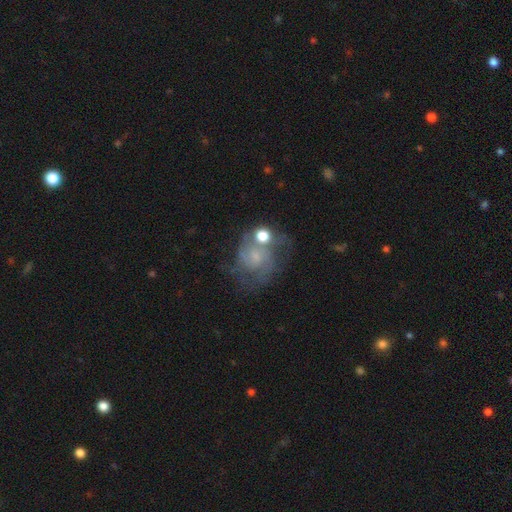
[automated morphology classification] Q: Smooth or featured?
A: featured or disk (64%); runner-up: smooth (25%)
Q: Edge-on disk?
A: no (98%); runner-up: yes (2%)
Q: Bar?
A: no (70%); runner-up: weak (26%)
Q: Spiral arms?
A: yes (81%); runner-up: no (19%)
Q: Spiral winding?
A: medium (45%); runner-up: tight (37%)
Q: Spiral arm count?
A: 2 (36%); runner-up: can't tell (34%)
Q: Bulge size?
A: small (47%); runner-up: moderate (29%)
Q: Merging?
A: none (43%); runner-up: major disturbance (21%)